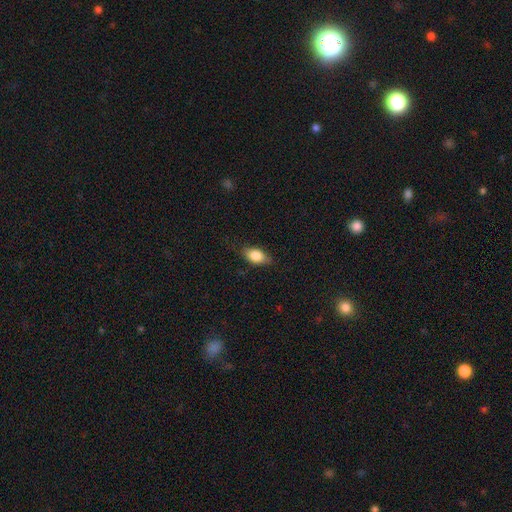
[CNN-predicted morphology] The model was most divided on "merging": none: 78%, minor disturbance: 17%, major disturbance: 4%, merger: 1%. More confident: how rounded — in between (86%); smooth or featured — smooth (80%).